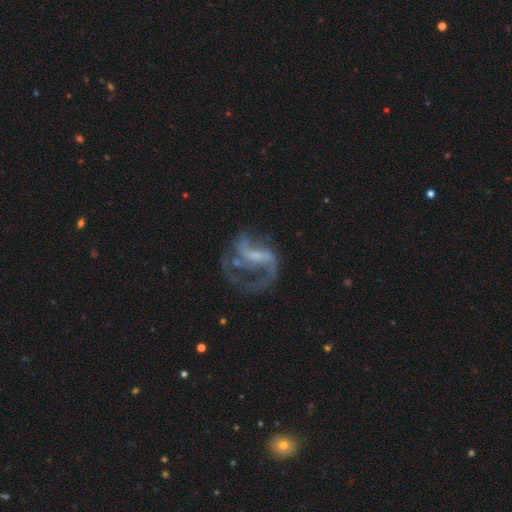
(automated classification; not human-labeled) Q: Smooth or featured?
A: featured or disk (83%); runner-up: smooth (9%)
Q: Edge-on disk?
A: no (97%); runner-up: yes (3%)
Q: Bar?
A: weak (45%); runner-up: strong (31%)
Q: Spiral arms?
A: yes (85%); runner-up: no (15%)
Q: Spiral winding?
A: loose (52%); runner-up: medium (38%)
Q: Spiral arm count?
A: 2 (54%); runner-up: 1 (24%)
Q: Bulge size?
A: small (43%); runner-up: none (36%)
Q: Merging?
A: major disturbance (41%); runner-up: none (39%)